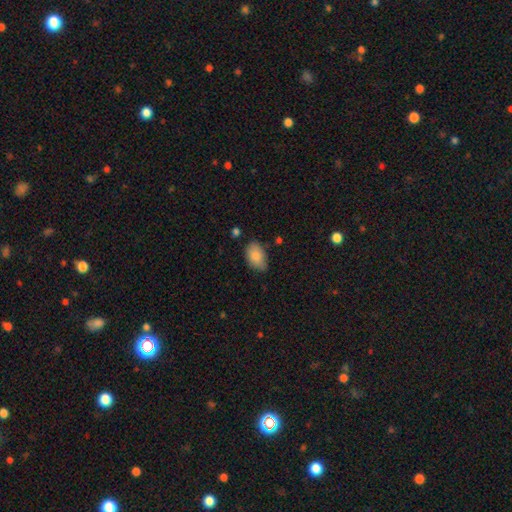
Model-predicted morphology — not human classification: Smooth or featured?
  - smooth: 86% *
  - featured or disk: 7%
  - star or artifact: 7%
How rounded?
  - in between: 89% *
  - round: 10%
  - cigar-shaped: 1%
Merging?
  - none: 66% *
  - minor disturbance: 27%
  - major disturbance: 5%
  - merger: 3%